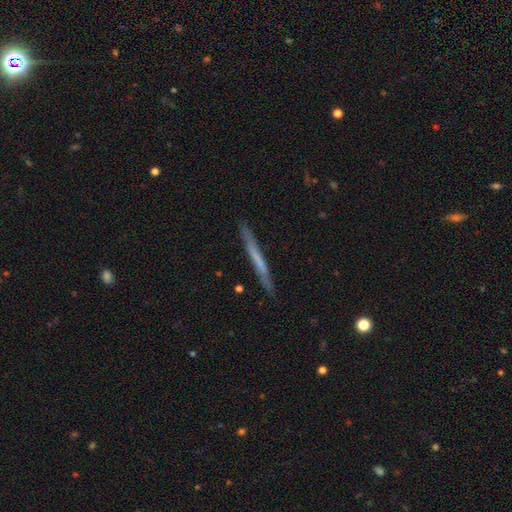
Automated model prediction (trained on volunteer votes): A smooth galaxy with no disk features (49%). Merging: none (89%).